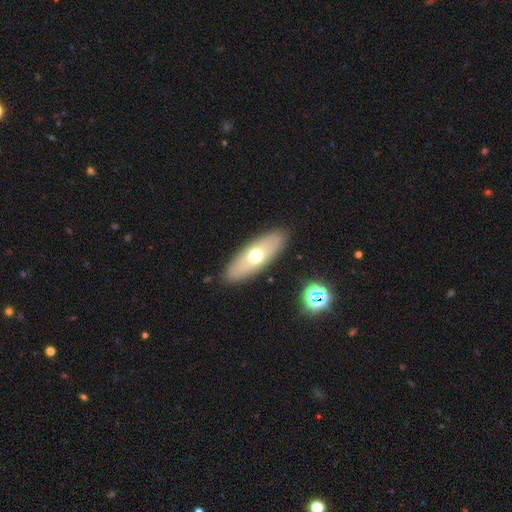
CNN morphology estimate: Smooth or featured: smooth — 59% (featured or disk — 34%)
How rounded: in between — 65% (cigar-shaped — 31%)
Merging: none — 89% (minor disturbance — 8%)